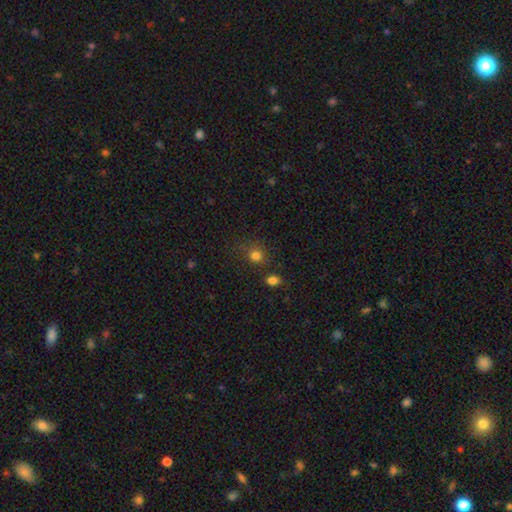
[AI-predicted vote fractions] smooth 79%, star or artifact 15%, featured or disk 6%. Down the decision tree: how rounded — round (82%); merging — none (69%).